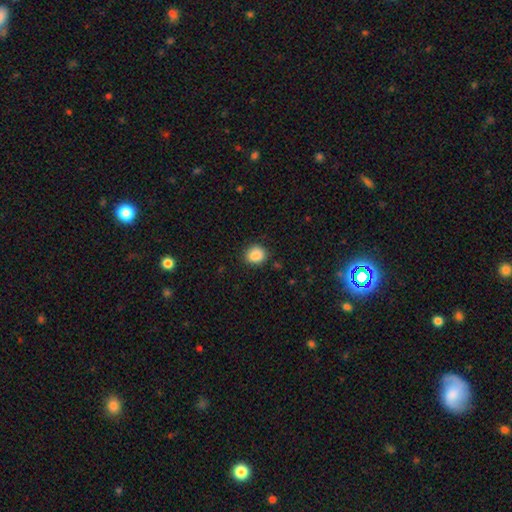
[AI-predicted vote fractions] Smooth or featured?
  - smooth: 88% *
  - star or artifact: 9%
  - featured or disk: 3%
How rounded?
  - round: 73% *
  - in between: 26%
  - cigar-shaped: 1%
Merging?
  - none: 85% *
  - minor disturbance: 11%
  - major disturbance: 3%
  - merger: 1%